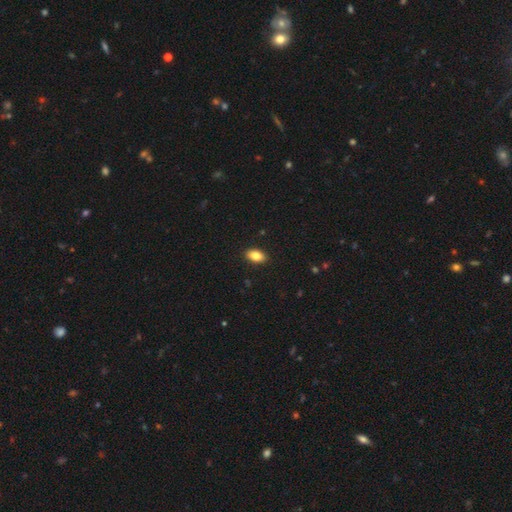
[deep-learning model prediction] A smooth galaxy with no disk features (84%) that is in between round and cigar-shaped (91%).

Vote fractions:
- Smooth or featured? smooth: 84% / star or artifact: 8% / featured or disk: 8%
- How rounded? in between: 91% / round: 6% / cigar-shaped: 3%
- Merging? none: 90% / minor disturbance: 7% / major disturbance: 2% / merger: 1%